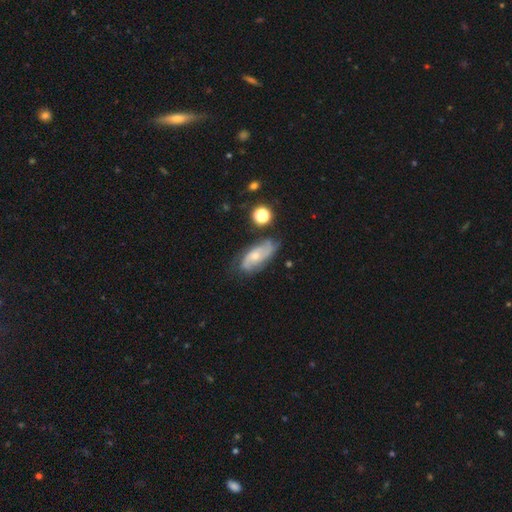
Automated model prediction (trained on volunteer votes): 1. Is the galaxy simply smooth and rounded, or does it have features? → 65% featured or disk, 28% smooth, 8% star or artifact.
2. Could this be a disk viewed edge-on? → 91% no, 9% yes.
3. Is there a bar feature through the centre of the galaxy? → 73% no, 23% weak, 4% strong.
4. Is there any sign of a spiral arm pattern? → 87% yes, 13% no.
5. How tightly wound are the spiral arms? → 40% medium, 38% tight, 22% loose.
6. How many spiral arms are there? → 48% 2, 31% can't tell, 11% 3, 5% 1, 3% 4, 2% more than 4.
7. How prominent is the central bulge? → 60% small, 36% moderate, 2% none, 1% large, 1% dominant.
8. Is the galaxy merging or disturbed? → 62% none, 25% minor disturbance, 9% major disturbance, 4% merger.